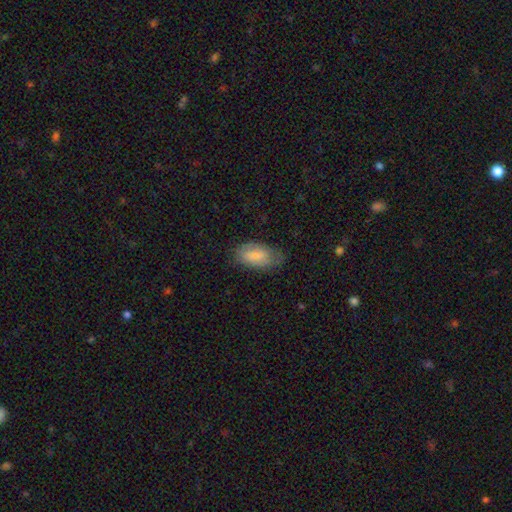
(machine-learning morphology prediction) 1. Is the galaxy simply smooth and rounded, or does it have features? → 76% smooth, 18% featured or disk, 6% star or artifact.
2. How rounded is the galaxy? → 93% in between, 4% cigar-shaped, 3% round.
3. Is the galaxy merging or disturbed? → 63% none, 27% minor disturbance, 8% major disturbance, 1% merger.